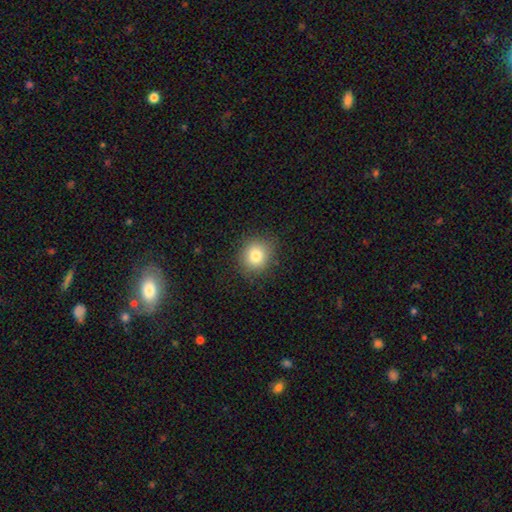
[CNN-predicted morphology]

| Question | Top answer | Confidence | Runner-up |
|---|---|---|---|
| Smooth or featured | smooth | 81% | star or artifact (11%) |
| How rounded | round | 81% | in between (18%) |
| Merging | none | 87% | minor disturbance (10%) |